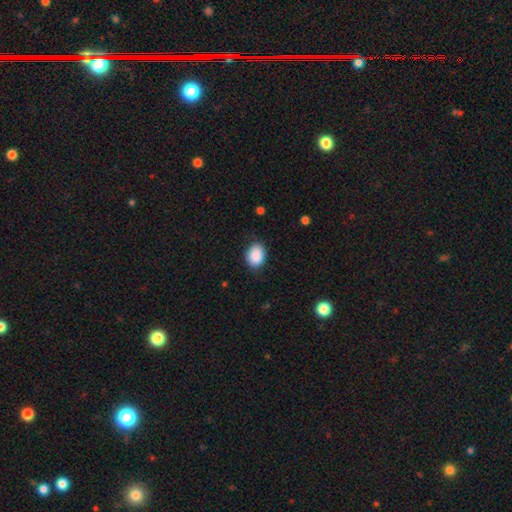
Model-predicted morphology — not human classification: Smooth or featured? Predicted: smooth (p=0.89). How rounded? Predicted: in between (p=0.61). Merging? Predicted: none (p=0.81).